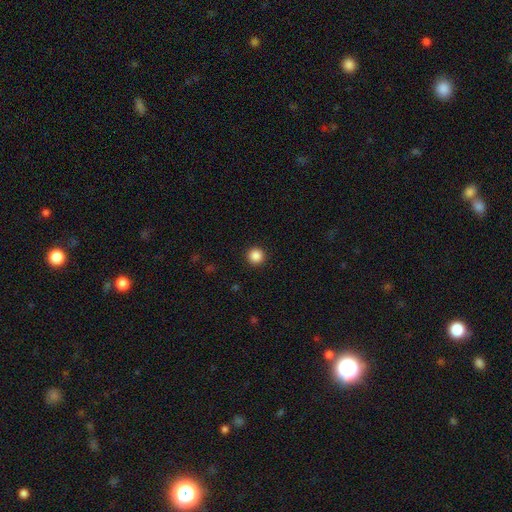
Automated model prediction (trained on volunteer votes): smooth-or-featured: smooth: 87% | star or artifact: 10% | featured or disk: 3%
  how-rounded: round: 96% | in between: 3% | cigar-shaped: 1%
  merging: none: 93% | minor disturbance: 5% | major disturbance: 2% | merger: 1%